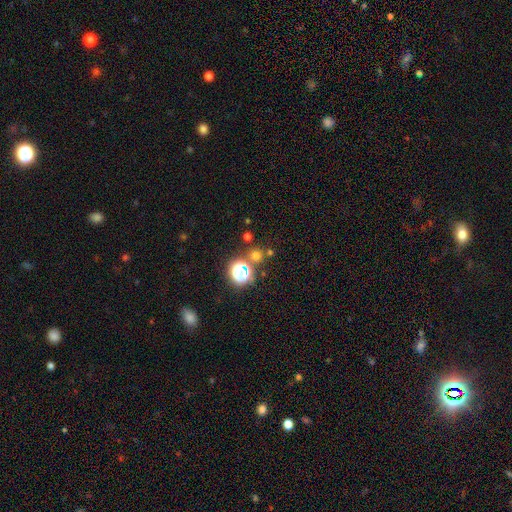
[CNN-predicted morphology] type=smooth (60%); roundness=round (93%); merging=none (77%).